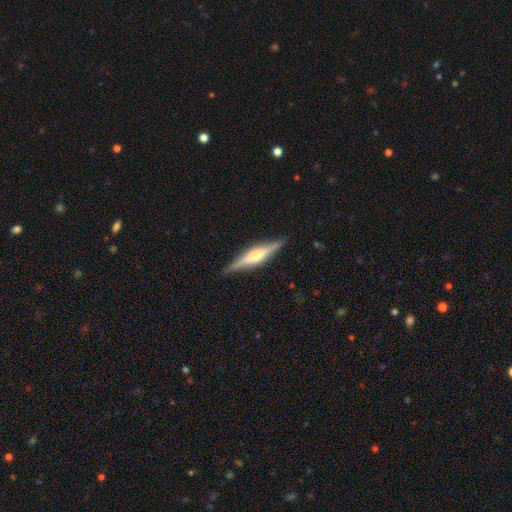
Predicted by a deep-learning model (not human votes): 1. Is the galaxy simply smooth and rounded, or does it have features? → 68% featured or disk, 27% smooth, 5% star or artifact.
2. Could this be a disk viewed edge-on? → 97% yes, 3% no.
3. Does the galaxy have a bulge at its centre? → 72% rounded, 19% boxy, 9% none.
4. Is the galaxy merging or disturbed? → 88% none, 9% minor disturbance, 2% major disturbance, 1% merger.